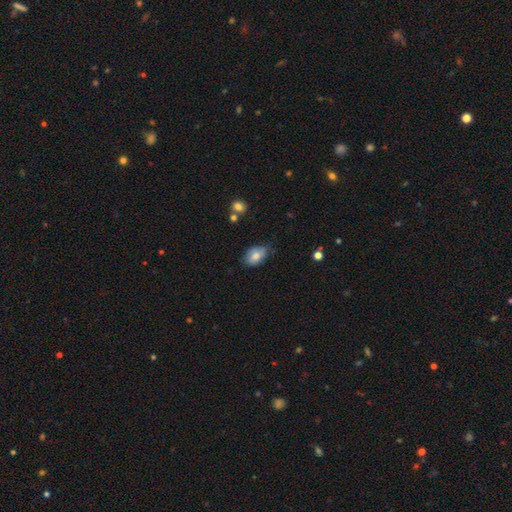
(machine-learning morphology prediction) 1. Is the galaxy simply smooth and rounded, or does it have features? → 78% smooth, 15% featured or disk, 8% star or artifact.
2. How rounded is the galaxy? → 87% in between, 12% round, 1% cigar-shaped.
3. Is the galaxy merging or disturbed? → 70% none, 24% minor disturbance, 4% major disturbance, 2% merger.